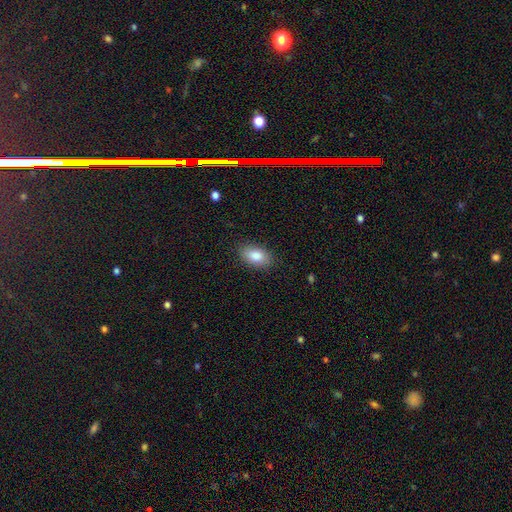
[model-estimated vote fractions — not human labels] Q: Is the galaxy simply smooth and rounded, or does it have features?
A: smooth — 85%.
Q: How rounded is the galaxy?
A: in between — 92%.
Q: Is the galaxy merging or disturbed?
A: none — 86%.